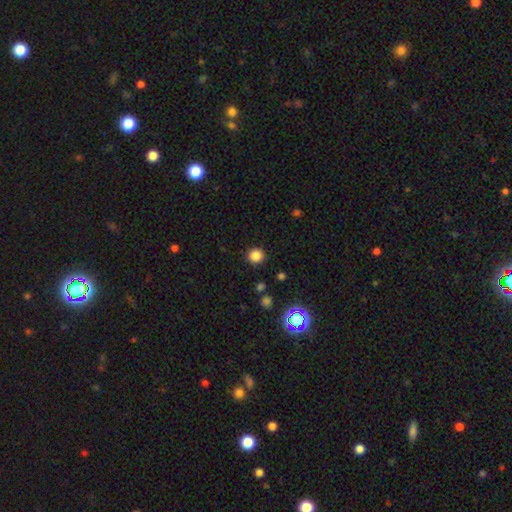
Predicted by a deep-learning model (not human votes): smooth 83%, star or artifact 14%, featured or disk 4%. Down the decision tree: how rounded — round (91%); merging — none (91%).